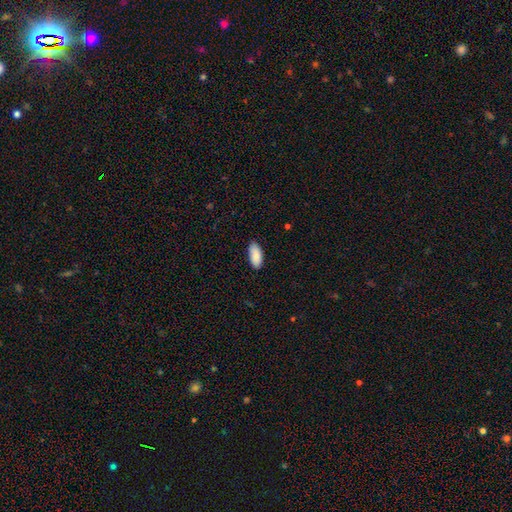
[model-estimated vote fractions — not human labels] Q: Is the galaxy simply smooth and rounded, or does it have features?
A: smooth — 88%.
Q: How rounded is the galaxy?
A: in between — 89%.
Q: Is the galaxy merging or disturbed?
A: none — 83%.